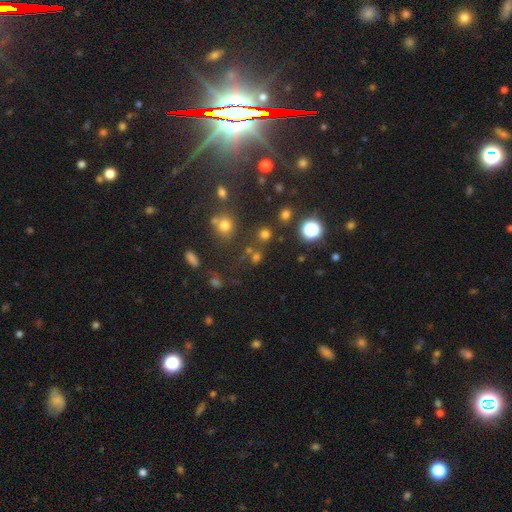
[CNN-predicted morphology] Smooth or featured: star or artifact — 51% (smooth — 40%)